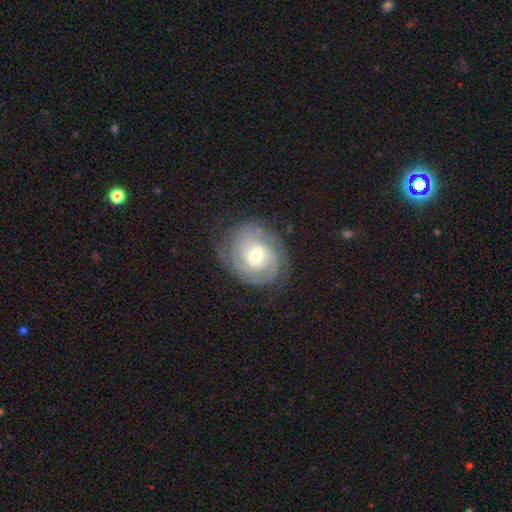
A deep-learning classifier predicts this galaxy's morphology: A featured or disk galaxy (86%) with a weak bar (46%), 2 (36%) tight (73%) spiral arms (96%) and a moderate central bulge (67%). Merging: none (77%).